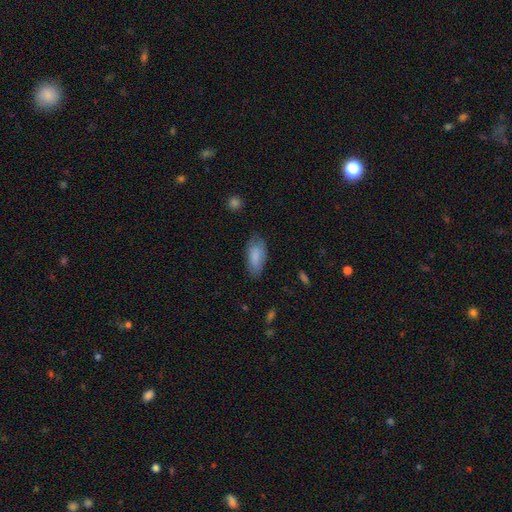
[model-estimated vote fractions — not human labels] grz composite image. It shows a smooth galaxy with no disk features (81%) that is in between round and cigar-shaped (89%). Merging: none (72%).